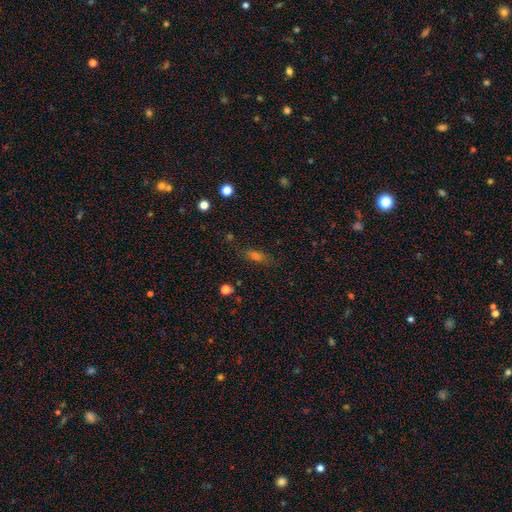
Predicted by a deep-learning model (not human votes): This appears to be a smooth galaxy with no disk features (53%) that is in between round and cigar-shaped (50%). Merging: none (77%).